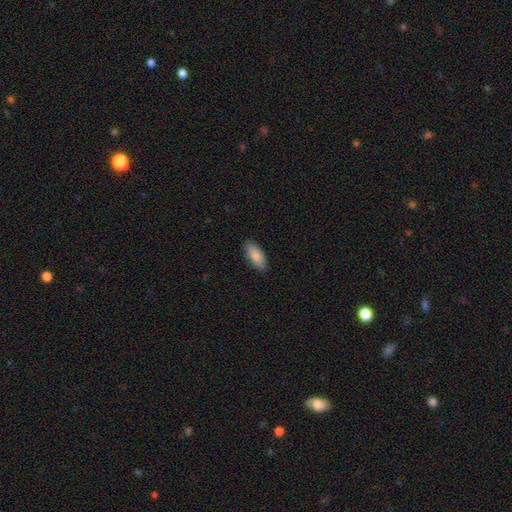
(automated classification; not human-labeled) Q: Smooth or featured?
A: smooth (87%); runner-up: featured or disk (8%)
Q: How rounded?
A: in between (87%); runner-up: cigar-shaped (11%)
Q: Merging?
A: none (87%); runner-up: minor disturbance (10%)